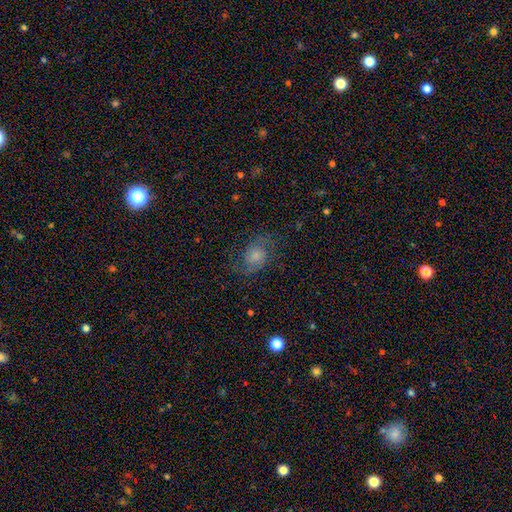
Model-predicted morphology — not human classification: type=featured or disk (57%); edge-on=no (97%); bar=no (70%); spiral arms=yes (89%); bulge=moderate (35%); merging=none (69%).